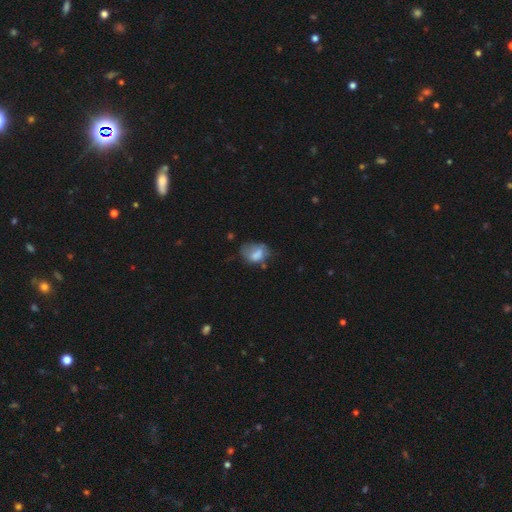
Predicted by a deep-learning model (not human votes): Overall: smooth (67%). How rounded: in between (72%). Merging: minor disturbance (32%, tied with none).